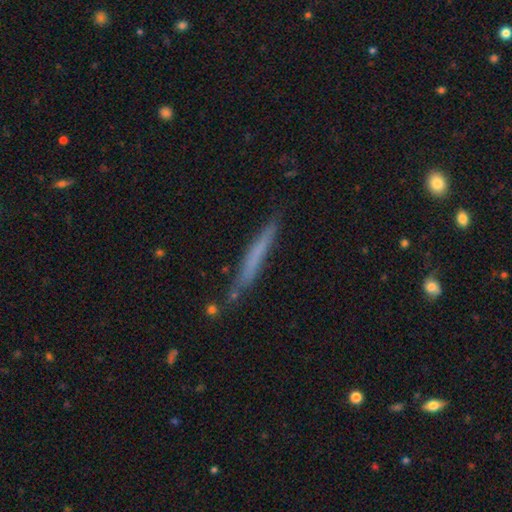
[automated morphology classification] This is possibly a smooth galaxy (54%). How rounded: clearly cigar-shaped (96%). Merging: clearly none (82%).